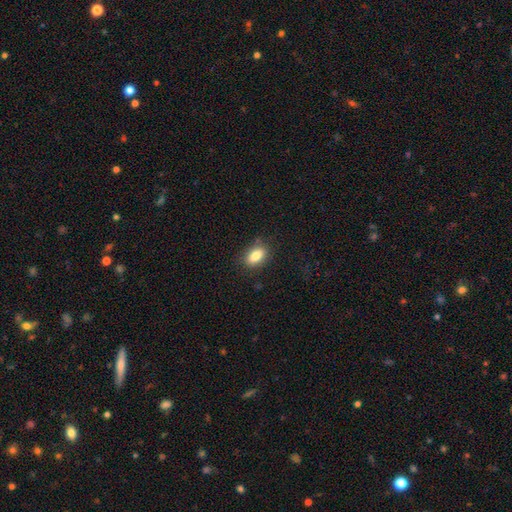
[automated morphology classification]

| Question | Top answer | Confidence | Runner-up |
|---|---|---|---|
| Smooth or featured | smooth | 83% | featured or disk (9%) |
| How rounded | in between | 85% | cigar-shaped (7%) |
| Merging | none | 82% | minor disturbance (13%) |